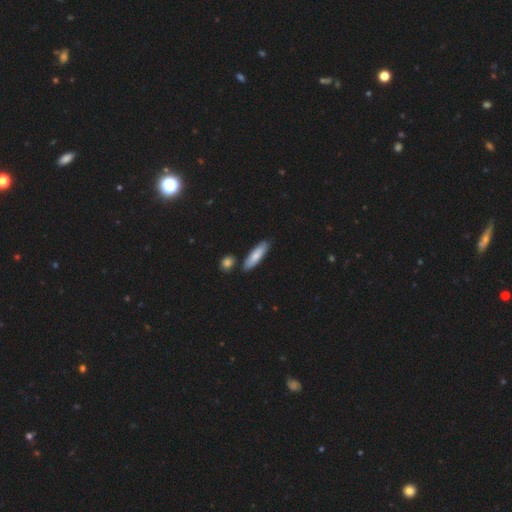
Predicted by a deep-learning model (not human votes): This appears to be a smooth galaxy with no disk features (76%) that is cigar-shaped (58%). Merging: none (81%).